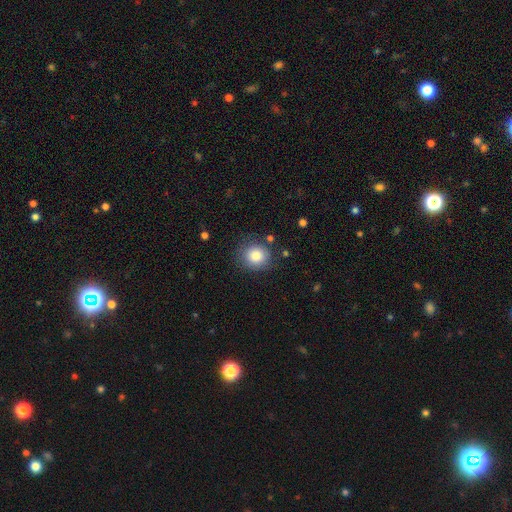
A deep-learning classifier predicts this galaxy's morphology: Smooth or featured? Predicted: smooth (p=0.83). How rounded? Predicted: round (p=0.85). Merging? Predicted: none (p=0.81).